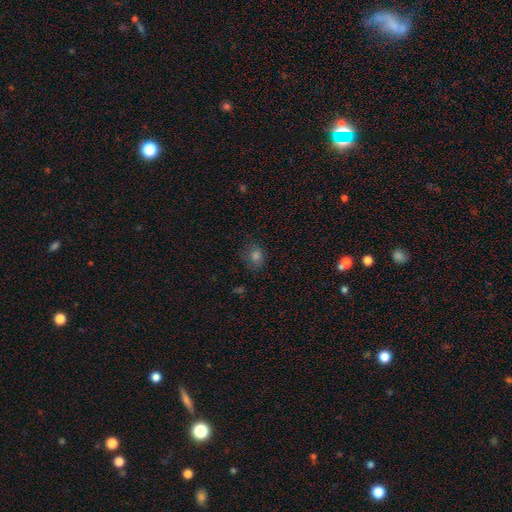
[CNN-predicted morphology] Smooth or featured? Predicted: smooth (p=0.74). How rounded? Predicted: round (p=0.65). Merging? Predicted: none (p=0.75).